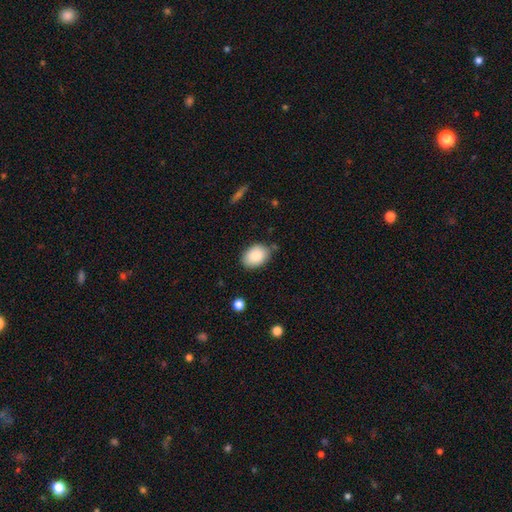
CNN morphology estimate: Overall: smooth (86%). How rounded: in between (79%). Merging: none (78%).